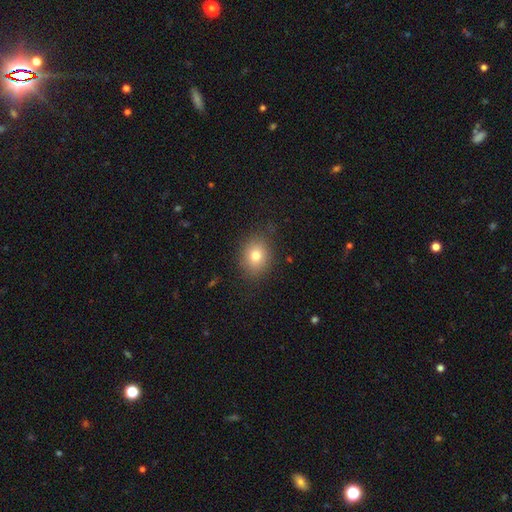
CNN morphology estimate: Smooth or featured? Predicted: smooth (p=0.78). How rounded? Predicted: round (p=0.59). Merging? Predicted: none (p=0.82).